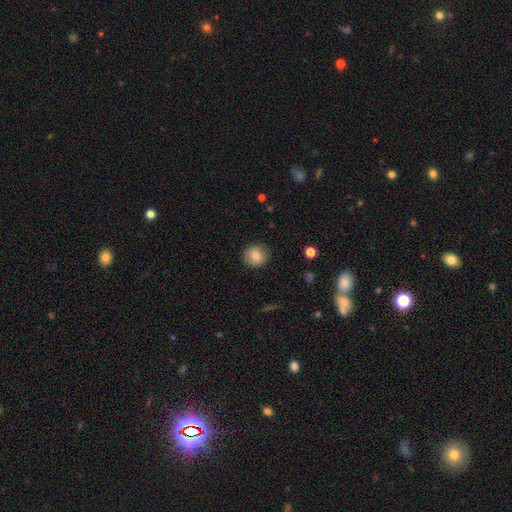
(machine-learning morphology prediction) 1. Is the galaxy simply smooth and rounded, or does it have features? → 81% smooth, 10% featured or disk, 9% star or artifact.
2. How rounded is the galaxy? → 88% round, 11% in between, 1% cigar-shaped.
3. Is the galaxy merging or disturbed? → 89% none, 8% minor disturbance, 2% major disturbance, 1% merger.